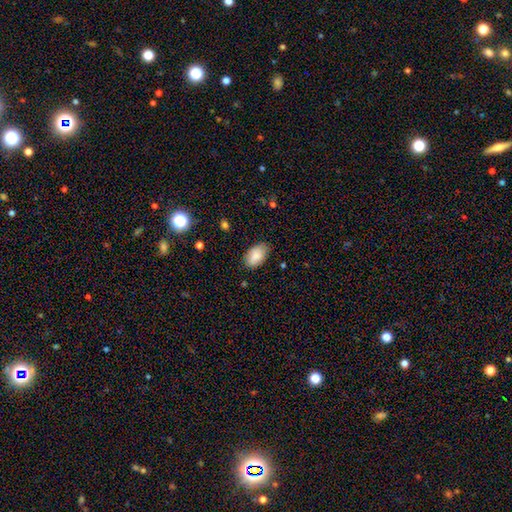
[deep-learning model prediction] Smooth or featured? Predicted: smooth (p=0.87). How rounded? Predicted: in between (p=0.93). Merging? Predicted: none (p=0.80).